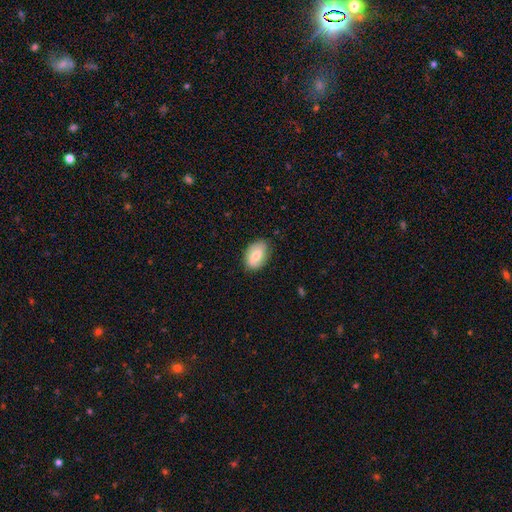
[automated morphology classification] Smooth or featured: smooth — 71% (featured or disk — 23%)
How rounded: in between — 87% (round — 12%)
Merging: none — 79% (minor disturbance — 17%)